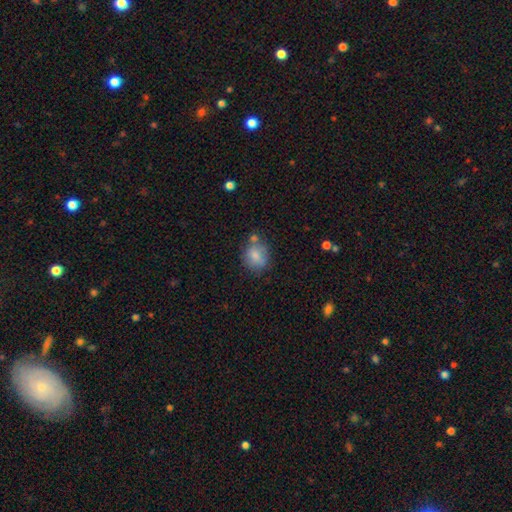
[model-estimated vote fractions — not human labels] smooth-or-featured: smooth: 77% | featured or disk: 14% | star or artifact: 9%
  how-rounded: round: 63% | in between: 36% | cigar-shaped: 1%
  merging: none: 60% | minor disturbance: 20% | merger: 14% | major disturbance: 6%